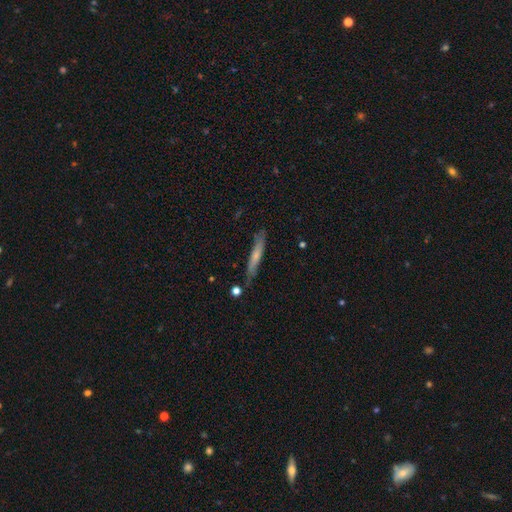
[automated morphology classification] smooth_or_featured: smooth (p=0.52) [alt: featured or disk p=0.41]
how_rounded: cigar-shaped (p=0.93) [alt: in between p=0.06]
merging: none (p=0.75) [alt: minor disturbance p=0.18]